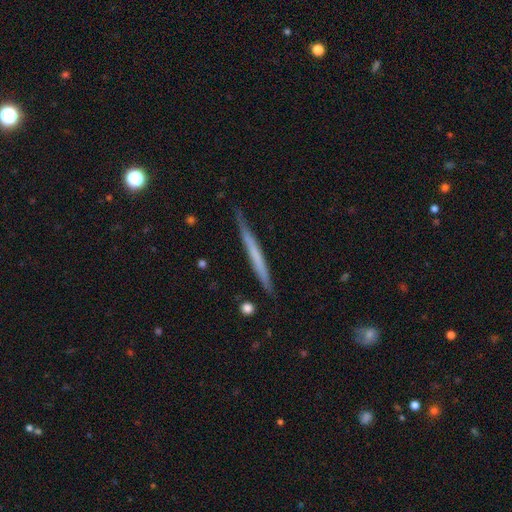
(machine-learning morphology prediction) A featured or disk galaxy (48%).

Vote fractions:
- Smooth or featured? featured or disk: 48% / smooth: 46% / star or artifact: 6%
- Merging? none: 85% / minor disturbance: 12% / major disturbance: 2% / merger: 1%